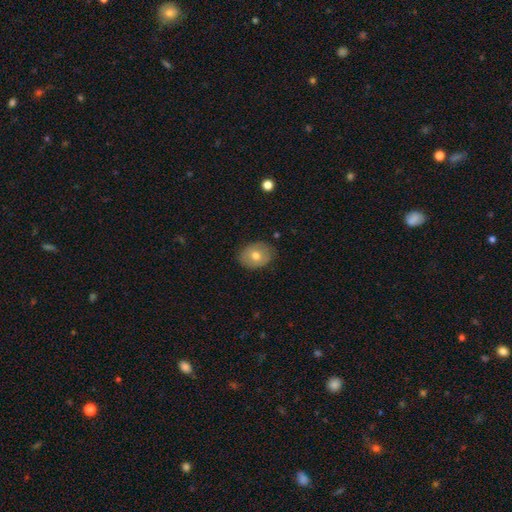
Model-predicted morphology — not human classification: smooth_or_featured: smooth (p=0.71) [alt: featured or disk p=0.21]
how_rounded: in between (p=0.56) [alt: round p=0.43]
merging: none (p=0.83) [alt: minor disturbance p=0.13]